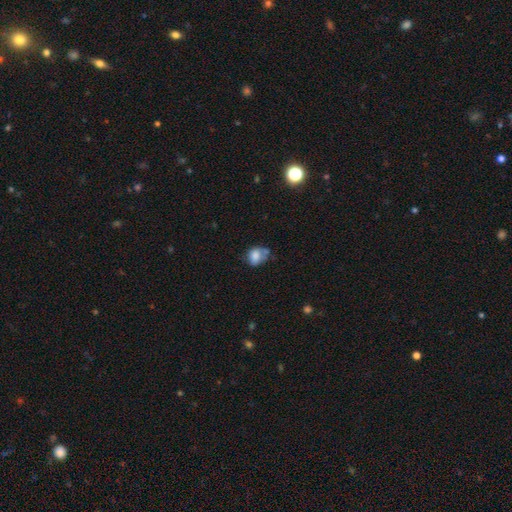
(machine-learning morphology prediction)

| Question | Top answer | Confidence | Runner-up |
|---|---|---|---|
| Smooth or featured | smooth | 75% | featured or disk (15%) |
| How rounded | in between | 55% | round (44%) |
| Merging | none | 38% | minor disturbance (30%) |